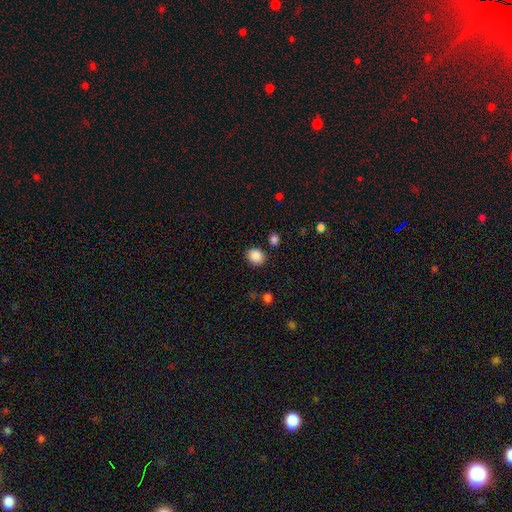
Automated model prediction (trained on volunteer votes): smooth 88%, star or artifact 9%, featured or disk 3%. Down the decision tree: how rounded — round (71%); merging — none (84%).